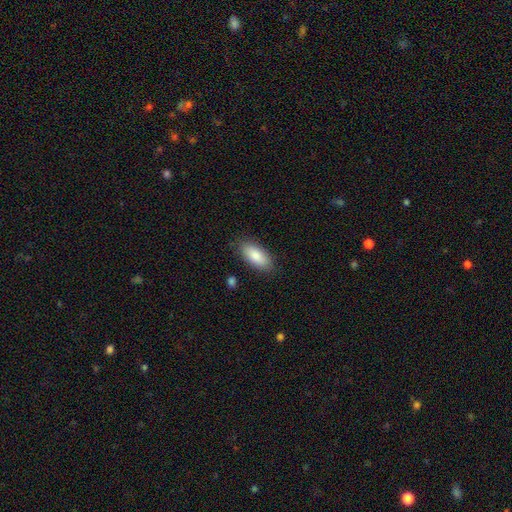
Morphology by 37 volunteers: smooth_or_featured: smooth (p=0.84) [alt: featured or disk p=0.11]
how_rounded: in between (p=0.87) [alt: cigar-shaped p=0.13]
merging: none (p=0.74) [alt: minor disturbance p=0.14]